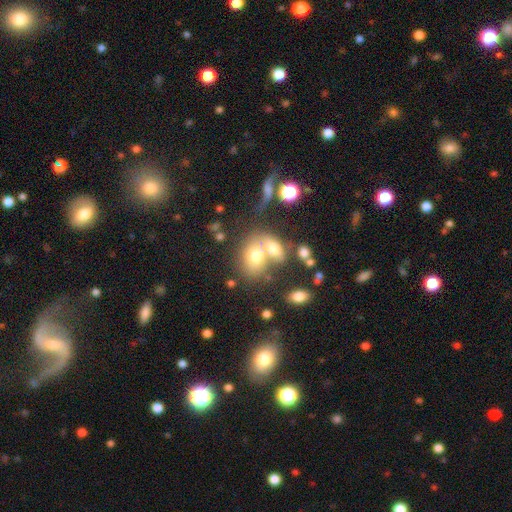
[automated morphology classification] smooth_or_featured: smooth (p=0.65) [alt: featured or disk p=0.20]
how_rounded: in between (p=0.62) [alt: round p=0.36]
merging: merger (p=0.55) [alt: none p=0.31]